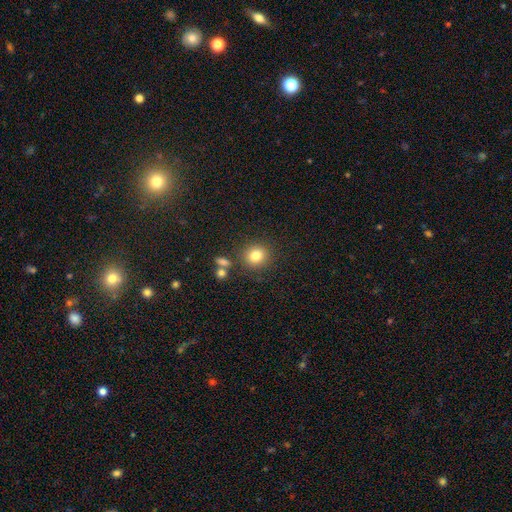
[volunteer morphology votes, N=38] A smooth galaxy with no disk features (89%) that is round (88%).

Vote fractions:
- Smooth or featured? smooth: 89% / star or artifact: 8% / featured or disk: 3%
- How rounded? round: 88% / in between: 12% / cigar-shaped: 0%
- Merging? none: 91% / merger: 9% / minor disturbance: 0% / major disturbance: 0%